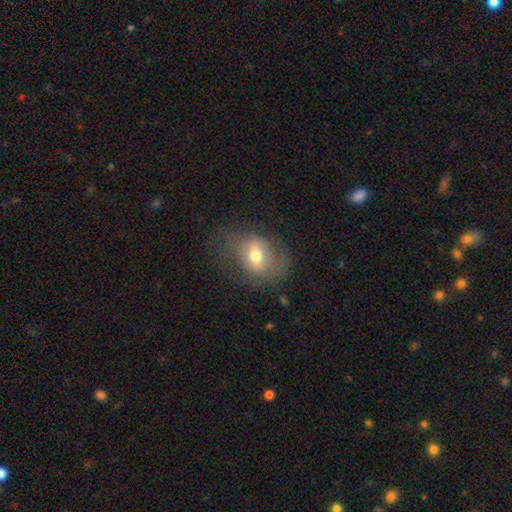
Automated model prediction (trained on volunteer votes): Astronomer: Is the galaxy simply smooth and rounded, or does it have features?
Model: smooth — 45% (runner-up: featured or disk, 44%).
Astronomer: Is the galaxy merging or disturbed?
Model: none — 58%.